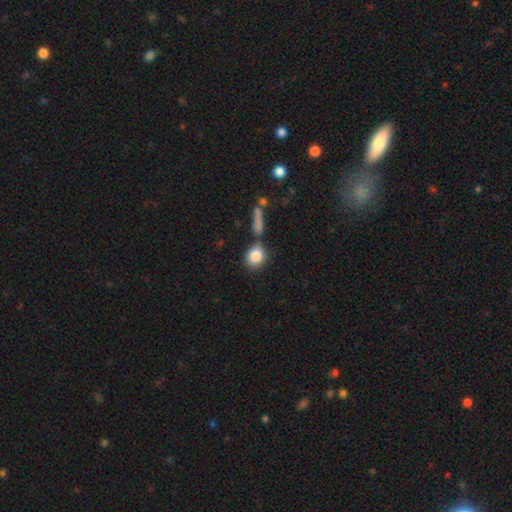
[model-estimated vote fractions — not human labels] smooth 84%, star or artifact 8%, featured or disk 8%. Down the decision tree: how rounded — round (56%); merging — none (61%).